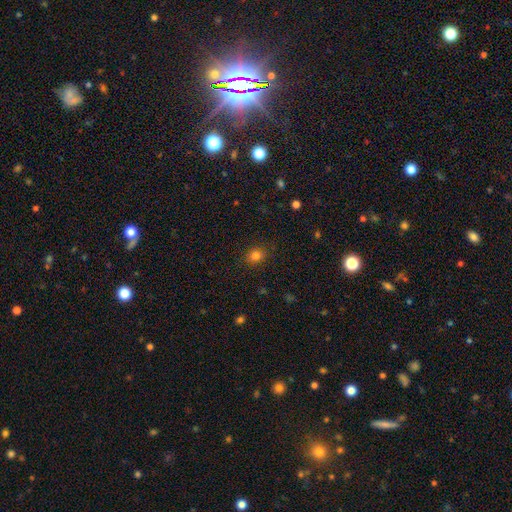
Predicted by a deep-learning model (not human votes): This appears to be a smooth galaxy with no disk features (81%) that is round (65%). Merging: none (87%).